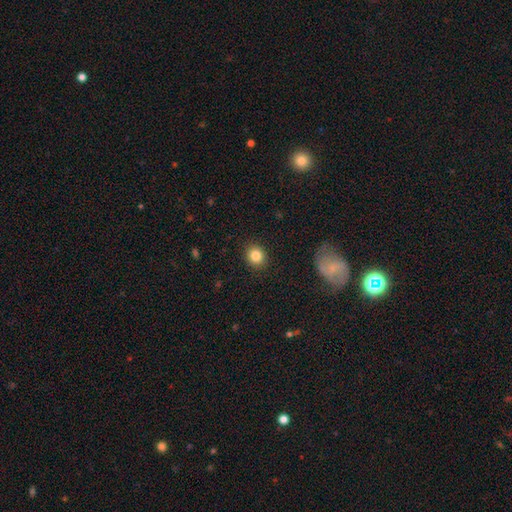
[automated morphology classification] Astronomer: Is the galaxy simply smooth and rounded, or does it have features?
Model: smooth — 84%.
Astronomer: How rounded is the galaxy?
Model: round — 79%.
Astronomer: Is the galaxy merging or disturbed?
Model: none — 91%.